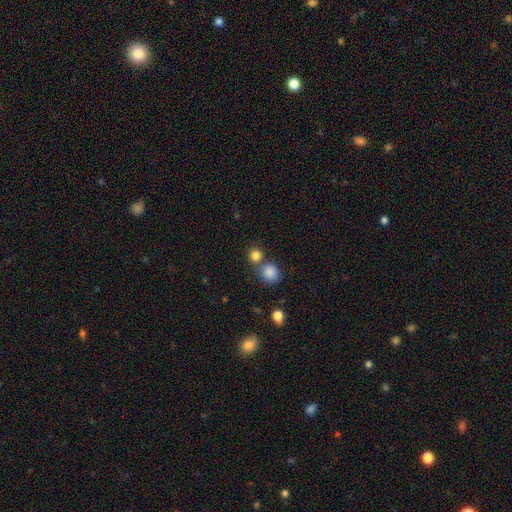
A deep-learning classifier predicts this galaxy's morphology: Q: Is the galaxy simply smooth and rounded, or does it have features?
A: smooth — 83%.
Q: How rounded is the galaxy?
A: round — 87%.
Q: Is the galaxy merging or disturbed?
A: none — 60%.